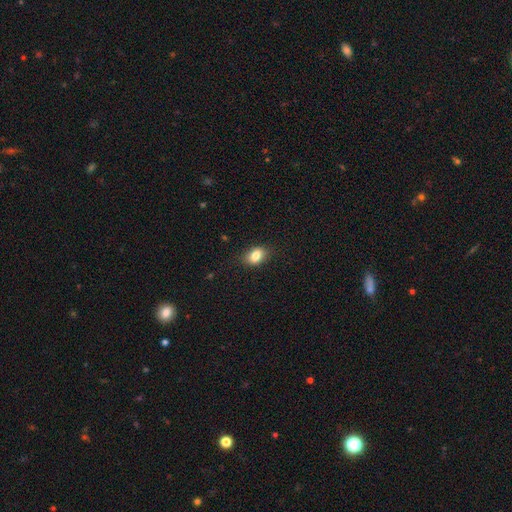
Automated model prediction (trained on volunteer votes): smooth 81%, featured or disk 10%, star or artifact 9%. Down the decision tree: how rounded — in between (78%); merging — none (83%).